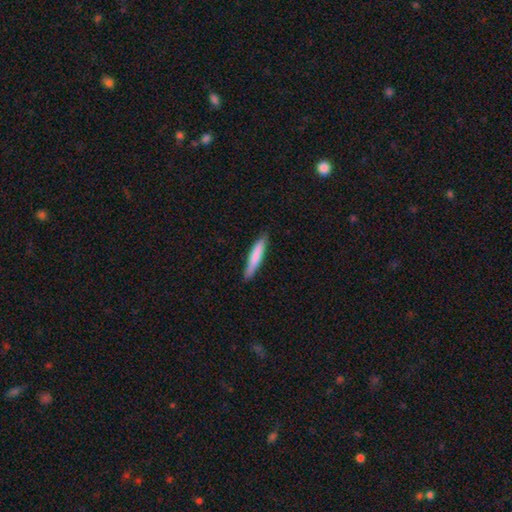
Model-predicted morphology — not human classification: The model was most divided on "smooth or featured": smooth: 79%, featured or disk: 16%, star or artifact: 5%. More confident: how rounded — cigar-shaped (91%); merging — none (87%).